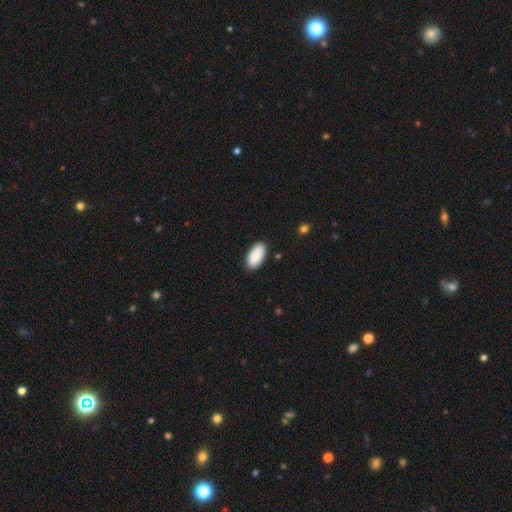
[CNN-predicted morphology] Q: Smooth or featured?
A: smooth (90%); runner-up: star or artifact (6%)
Q: How rounded?
A: in between (94%); runner-up: cigar-shaped (4%)
Q: Merging?
A: none (87%); runner-up: minor disturbance (10%)